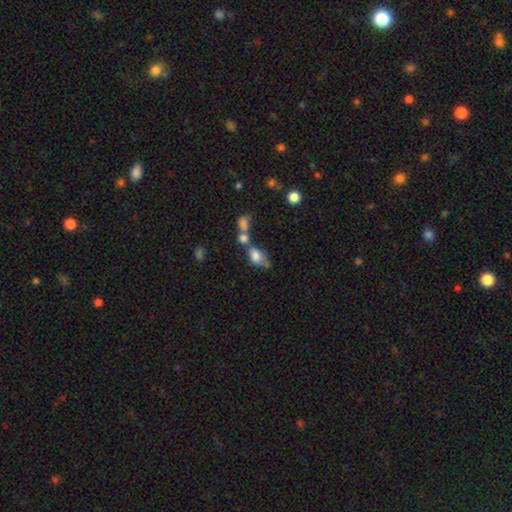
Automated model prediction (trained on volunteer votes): Smooth or featured? smooth (74%)
How rounded? in between (77%)
Merging? merger (52%)